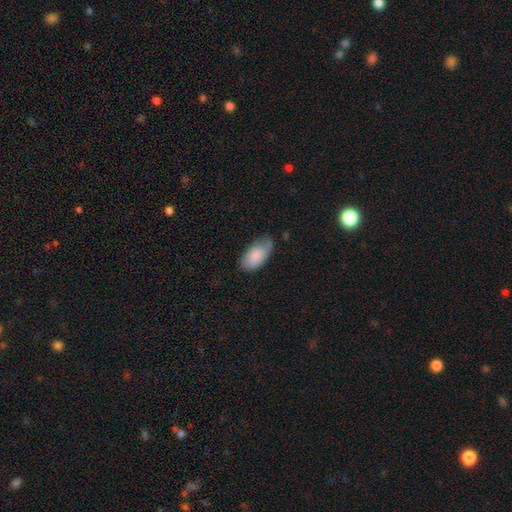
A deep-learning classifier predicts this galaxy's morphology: Smooth or featured?
  - smooth: 83% *
  - featured or disk: 10%
  - star or artifact: 6%
How rounded?
  - in between: 95% *
  - round: 3%
  - cigar-shaped: 3%
Merging?
  - none: 53% *
  - minor disturbance: 36%
  - major disturbance: 9%
  - merger: 2%